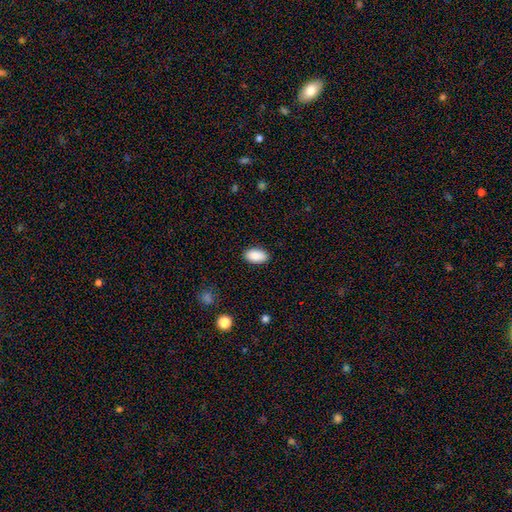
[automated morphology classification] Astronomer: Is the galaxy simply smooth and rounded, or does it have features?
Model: smooth — 89%.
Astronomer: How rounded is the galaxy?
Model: in between — 94%.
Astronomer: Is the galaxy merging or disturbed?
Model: none — 87%.